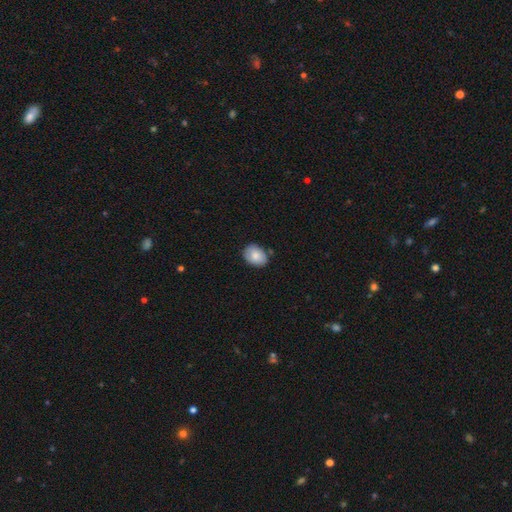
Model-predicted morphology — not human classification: The model was most divided on "how rounded": in between: 63%, round: 36%, cigar-shaped: 1%. More confident: smooth or featured — smooth (82%); merging — none (78%).